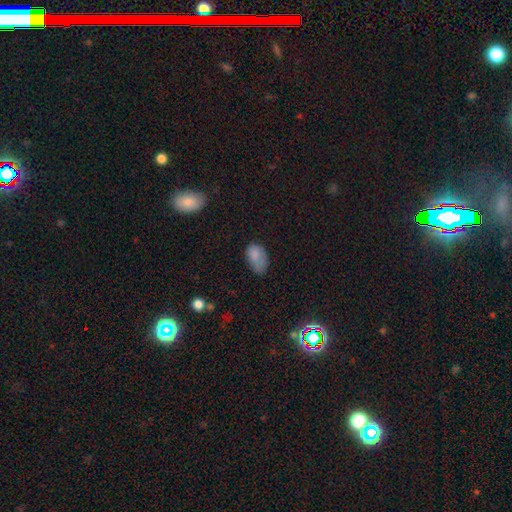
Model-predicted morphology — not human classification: Smooth or featured: smooth — 80% (star or artifact — 10%)
How rounded: in between — 90% (round — 8%)
Merging: none — 42% (minor disturbance — 38%)